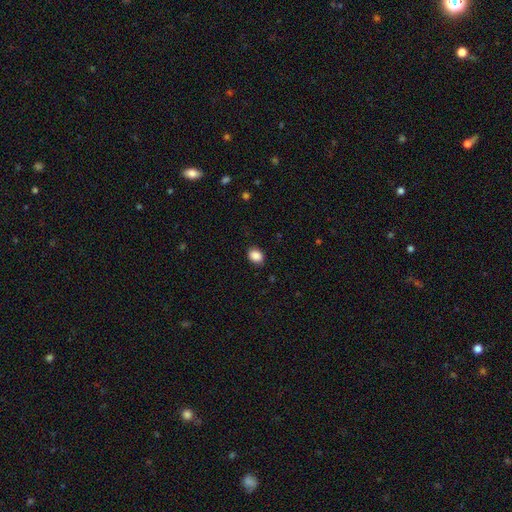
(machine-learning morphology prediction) This is clearly a smooth galaxy (89%). How rounded: likely in between (64%). Merging: clearly none (88%).